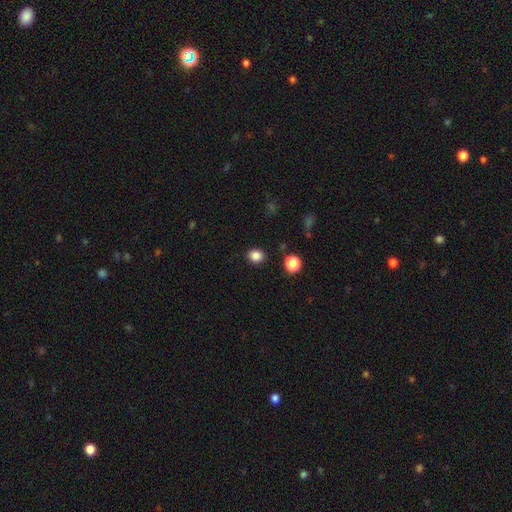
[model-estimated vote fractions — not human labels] This is clearly a smooth galaxy (85%). How rounded: likely round (70%). Merging: clearly none (88%).